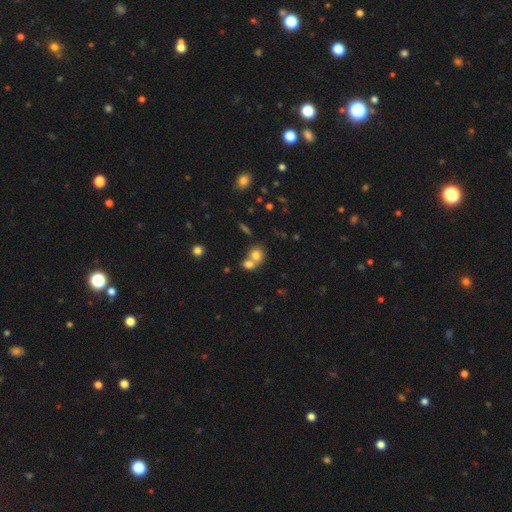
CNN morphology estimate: This is likely a smooth galaxy (75%). How rounded: likely round (65%). Merging: possibly merger (58%).